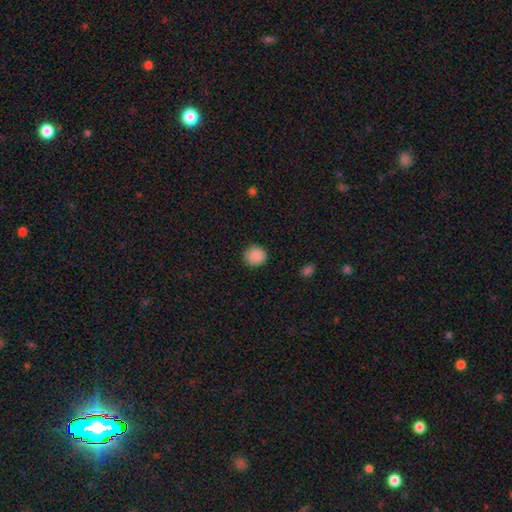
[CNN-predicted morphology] smooth 89%, star or artifact 8%, featured or disk 3%. Down the decision tree: how rounded — round (89%); merging — none (91%).